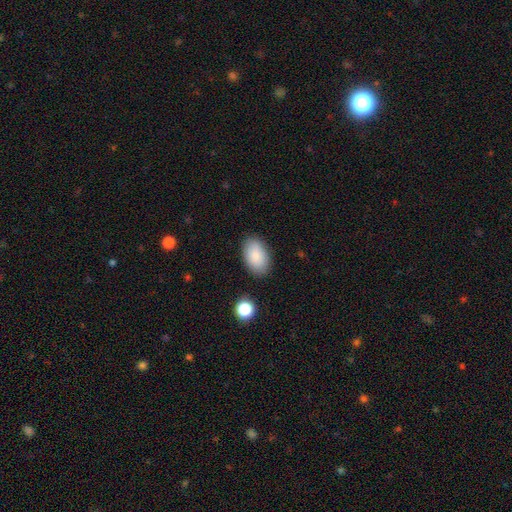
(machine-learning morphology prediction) smooth_or_featured: smooth (p=0.85) [alt: featured or disk p=0.07]
how_rounded: in between (p=0.92) [alt: round p=0.07]
merging: none (p=0.85) [alt: minor disturbance p=0.10]